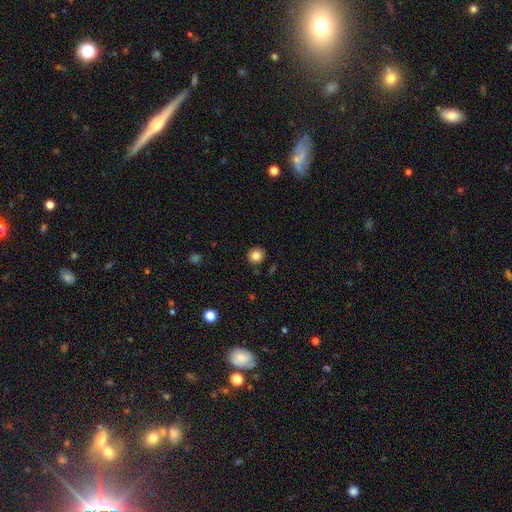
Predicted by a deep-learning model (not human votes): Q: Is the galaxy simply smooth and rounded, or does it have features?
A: smooth — 83%.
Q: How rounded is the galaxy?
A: round — 90%.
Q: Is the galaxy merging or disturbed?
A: none — 89%.